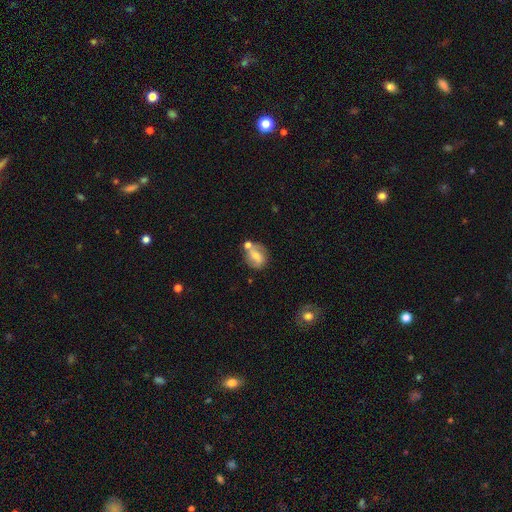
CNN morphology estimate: smooth-or-featured: smooth: 46% | featured or disk: 45% | star or artifact: 9%
  merging: none: 56% | merger: 21% | minor disturbance: 17% | major disturbance: 6%